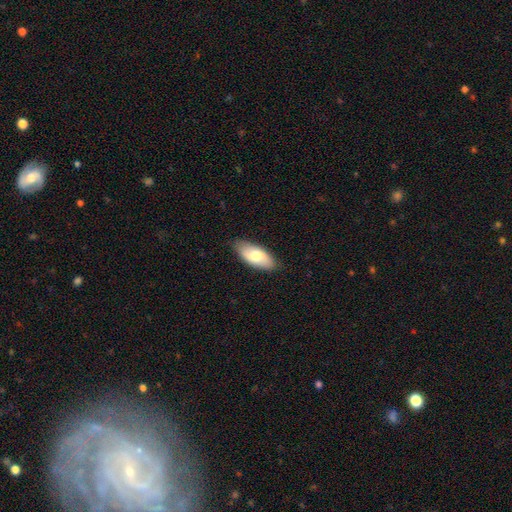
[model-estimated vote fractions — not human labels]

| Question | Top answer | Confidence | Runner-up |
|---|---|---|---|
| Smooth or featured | smooth | 70% | featured or disk (24%) |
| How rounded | in between | 89% | cigar-shaped (9%) |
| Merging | none | 84% | minor disturbance (13%) |